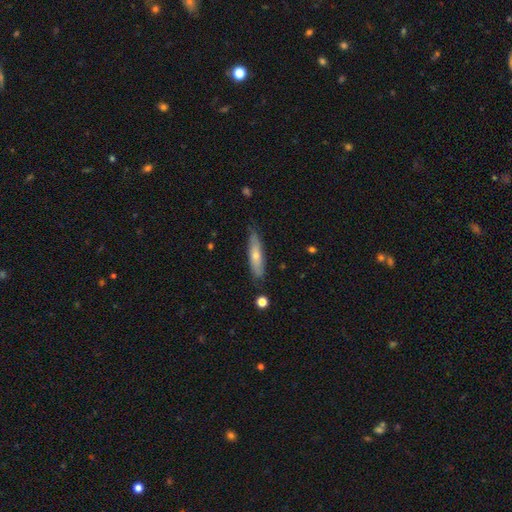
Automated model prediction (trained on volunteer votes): A smooth galaxy with no disk features (53%) that is cigar-shaped (76%). Merging: none (81%).